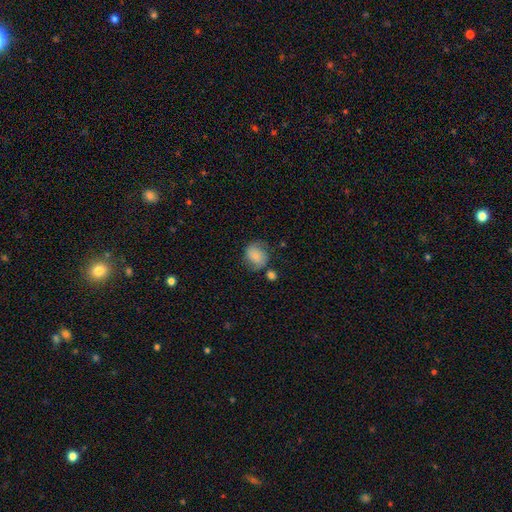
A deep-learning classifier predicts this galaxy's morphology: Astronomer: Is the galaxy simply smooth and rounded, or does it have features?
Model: smooth — 63%.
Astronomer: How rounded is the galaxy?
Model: round — 68%.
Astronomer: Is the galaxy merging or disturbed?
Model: none — 58%.